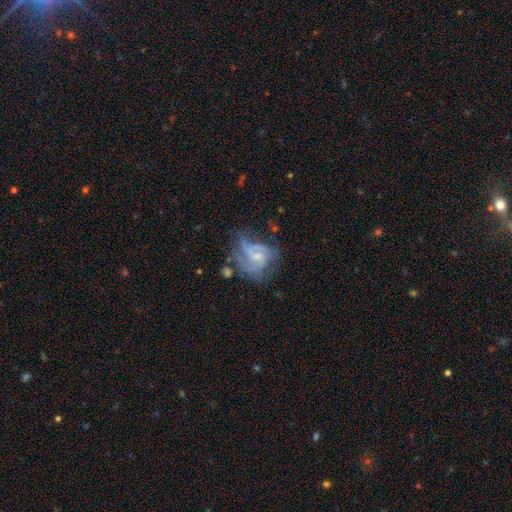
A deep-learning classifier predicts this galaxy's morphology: The model was most divided on "spiral arm count": 2: 35%, can't tell: 27%, 3: 22%, 1: 8%, 4: 5%, more than 4: 4%. Remaining: edge-on disk — no (98%); spiral arms — yes (87%); smooth or featured — featured or disk (76%); bulge size — small (52%); bar — no (51%); spiral winding — medium (46%); merging — none (44%).